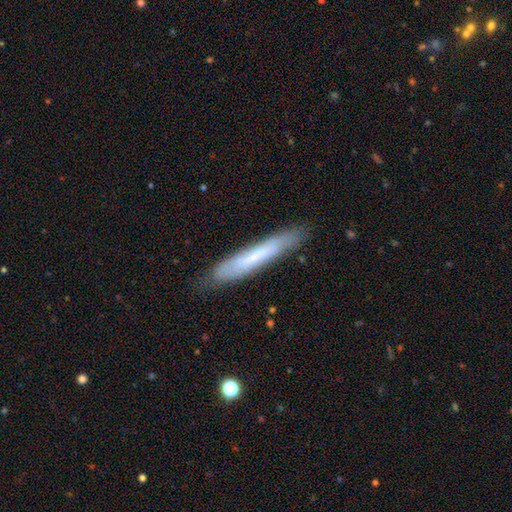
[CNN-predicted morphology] Smooth or featured: smooth — 59% (featured or disk — 34%)
How rounded: cigar-shaped — 93% (in between — 6%)
Merging: none — 81% (minor disturbance — 15%)